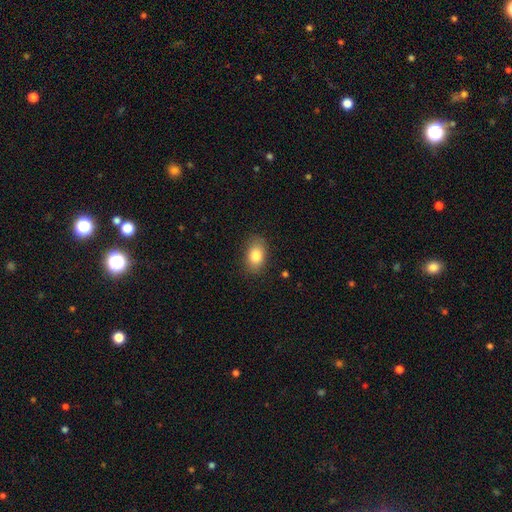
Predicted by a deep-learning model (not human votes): Smooth or featured? smooth (83%)
How rounded? in between (85%)
Merging? none (83%)